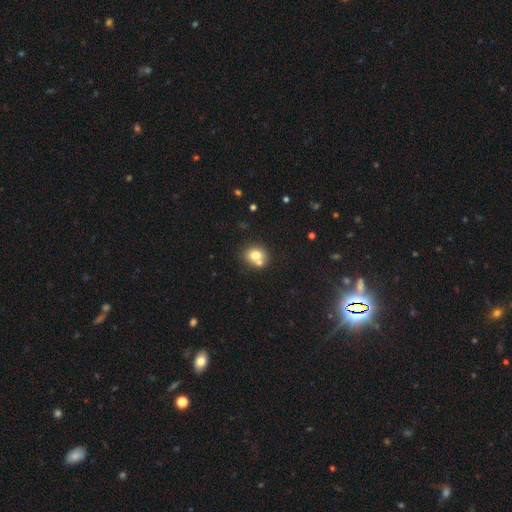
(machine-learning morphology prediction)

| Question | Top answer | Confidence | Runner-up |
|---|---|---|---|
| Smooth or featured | smooth | 73% | featured or disk (15%) |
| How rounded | round | 73% | in between (26%) |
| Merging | none | 58% | merger (29%) |